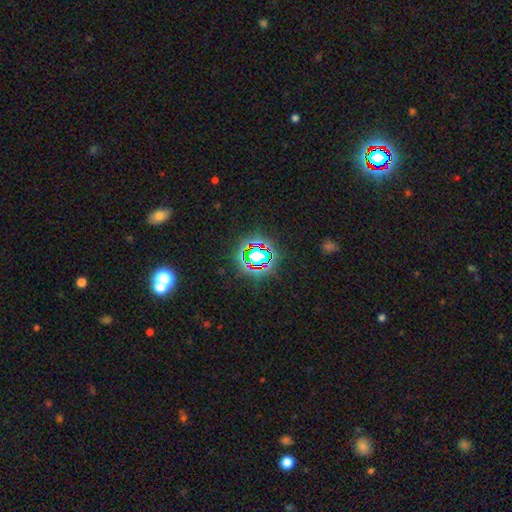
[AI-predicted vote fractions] Overall: star or artifact (65%).